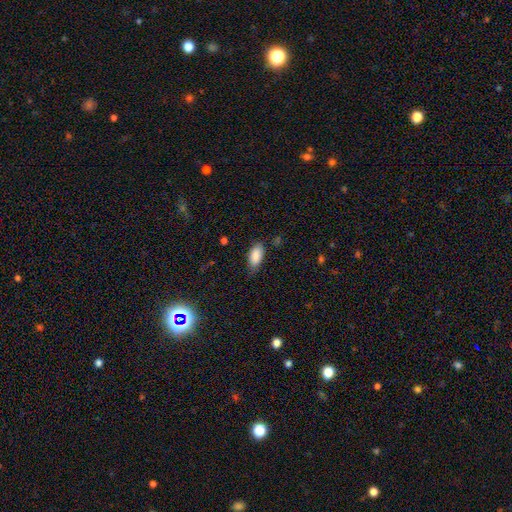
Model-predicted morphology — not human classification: This is clearly a smooth galaxy (87%). How rounded: clearly in between (91%). Merging: likely none (69%).